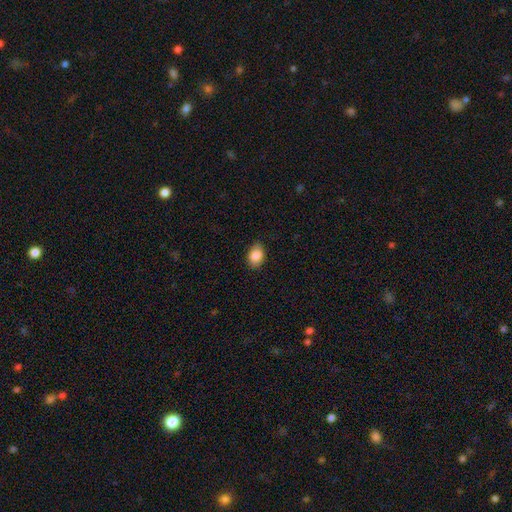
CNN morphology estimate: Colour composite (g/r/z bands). It shows a smooth galaxy with no disk features (87%) that is in between round and cigar-shaped (79%). Merging: none (84%).